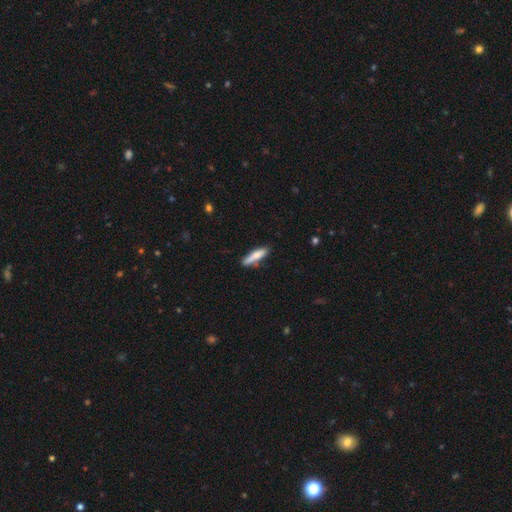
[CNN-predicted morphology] smooth 75%, featured or disk 19%, star or artifact 6%. Down the decision tree: how rounded — cigar-shaped (81%); merging — none (76%).